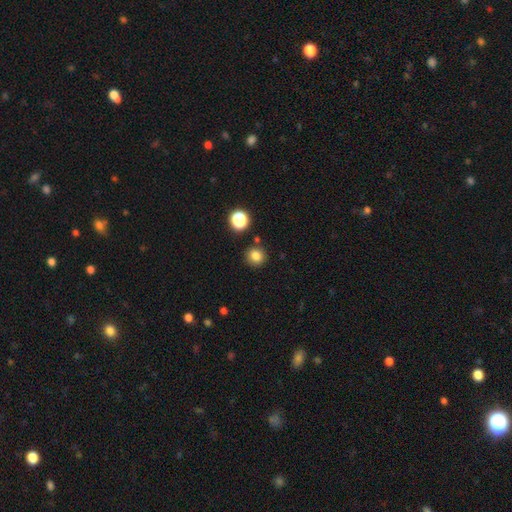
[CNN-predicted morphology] type=smooth (82%); roundness=round (90%); merging=none (86%).